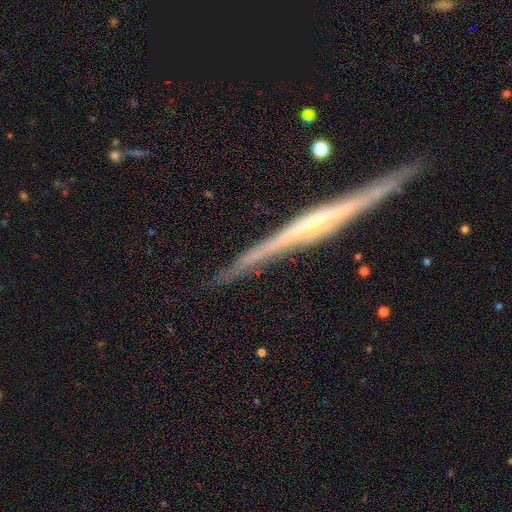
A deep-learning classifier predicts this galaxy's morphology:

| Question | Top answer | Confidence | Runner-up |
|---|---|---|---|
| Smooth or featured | featured or disk | 77% | smooth (16%) |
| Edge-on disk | yes | 97% | no (3%) |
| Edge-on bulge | rounded | 48% | none (41%) |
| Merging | none | 84% | minor disturbance (12%) |